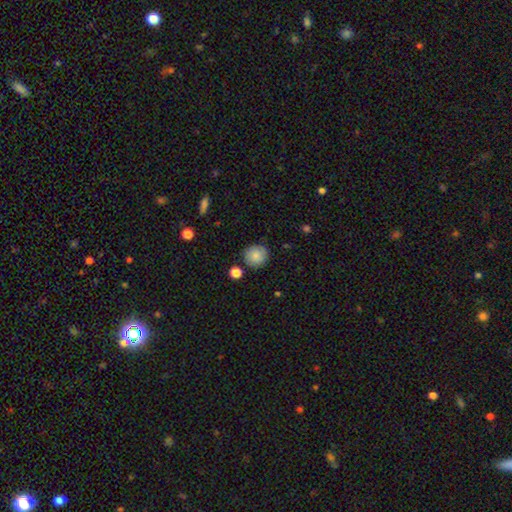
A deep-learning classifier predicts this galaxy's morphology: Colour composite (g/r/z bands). It shows a smooth galaxy with no disk features (82%) that is round (90%). Merging: none (82%).